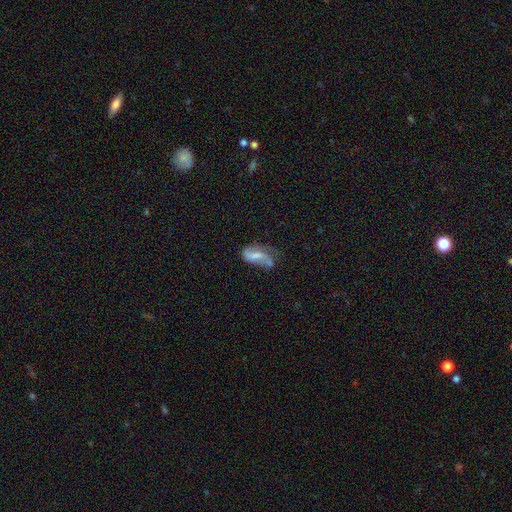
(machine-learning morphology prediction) featured or disk 54%, smooth 38%, star or artifact 8%. Down the decision tree: edge-on disk — no (95%); bar — no (47%); spiral arms — yes (78%); bulge size — small (33%); merging — major disturbance (31%, tied with none).